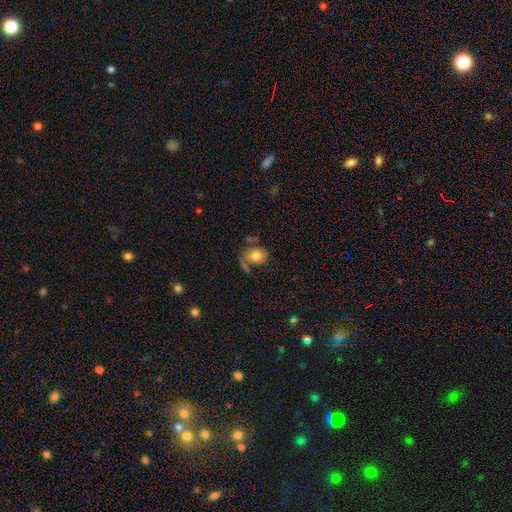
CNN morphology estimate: smooth 71%, featured or disk 20%, star or artifact 9%. Down the decision tree: how rounded — in between (59%); merging — none (49%).